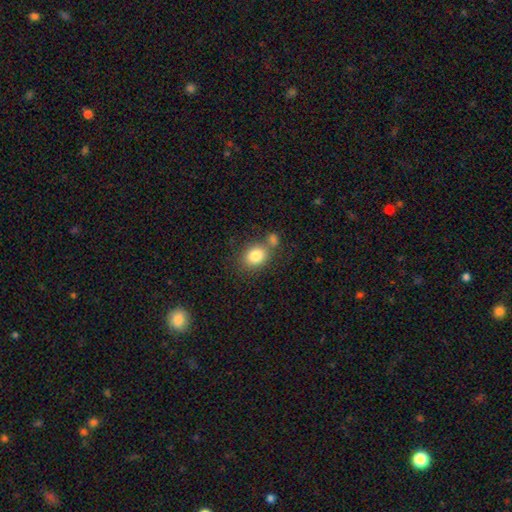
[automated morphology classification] A smooth galaxy with no disk features (83%) that is round (52%). Merging: none (58%).